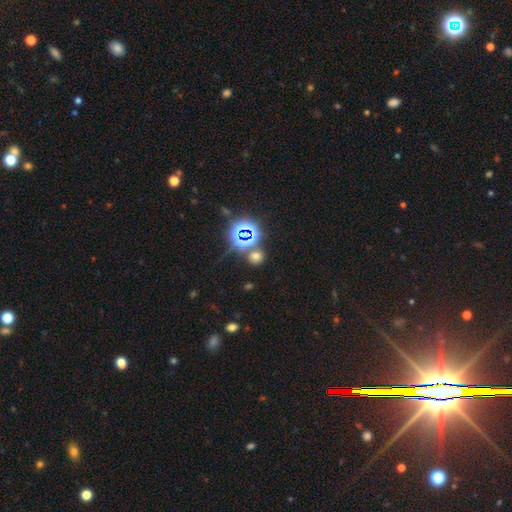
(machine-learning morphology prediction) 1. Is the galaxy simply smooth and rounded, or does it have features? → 51% smooth, 41% star or artifact, 8% featured or disk.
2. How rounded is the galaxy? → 80% round, 19% in between, 1% cigar-shaped.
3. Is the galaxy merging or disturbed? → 77% none, 10% merger, 9% minor disturbance, 4% major disturbance.